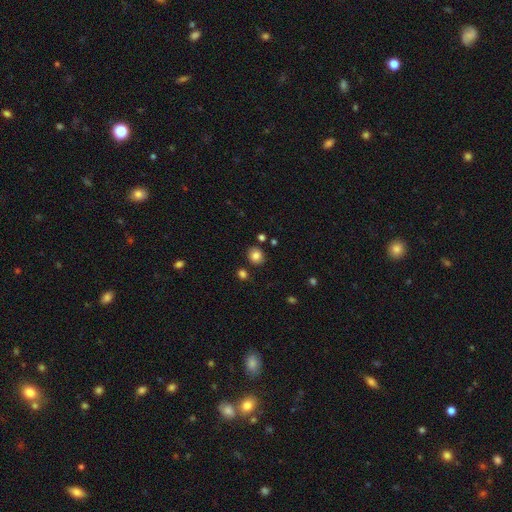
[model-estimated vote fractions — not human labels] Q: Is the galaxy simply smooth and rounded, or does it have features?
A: smooth — 83%.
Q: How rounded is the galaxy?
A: round — 76%.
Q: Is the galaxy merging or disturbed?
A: none — 83%.